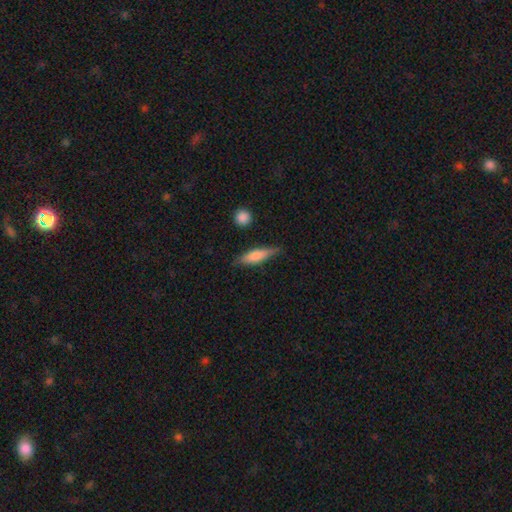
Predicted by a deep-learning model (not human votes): smooth 71%, featured or disk 23%, star or artifact 6%. Down the decision tree: how rounded — cigar-shaped (61%); merging — none (73%).